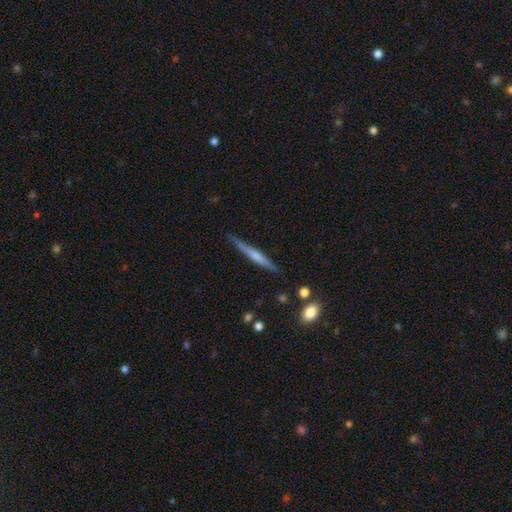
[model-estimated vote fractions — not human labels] Overall: featured or disk (58%; smooth 36%). Edge-on disk: yes (97%). Edge-on bulge: rounded (44%; none 41%). Merging: none (85%).